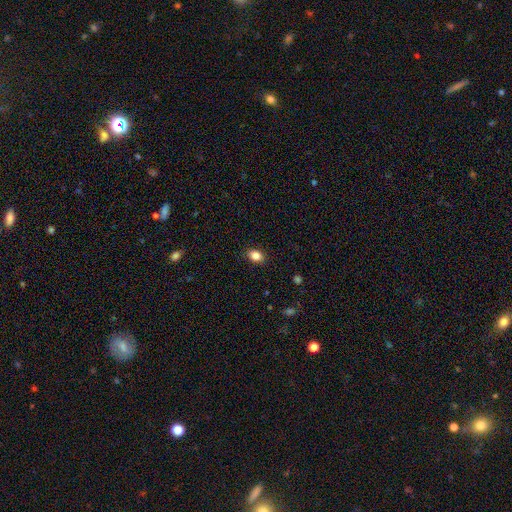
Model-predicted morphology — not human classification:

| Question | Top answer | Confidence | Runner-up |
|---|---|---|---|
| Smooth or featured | smooth | 86% | star or artifact (10%) |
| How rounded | in between | 73% | round (25%) |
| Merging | none | 88% | minor disturbance (9%) |